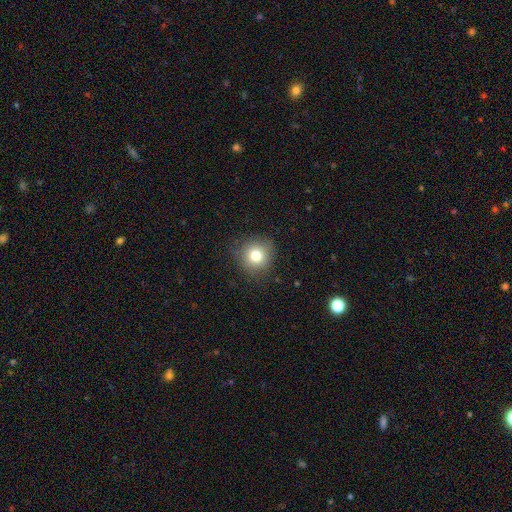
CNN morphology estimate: This is likely a smooth galaxy (79%). How rounded: clearly round (91%). Merging: clearly none (86%).